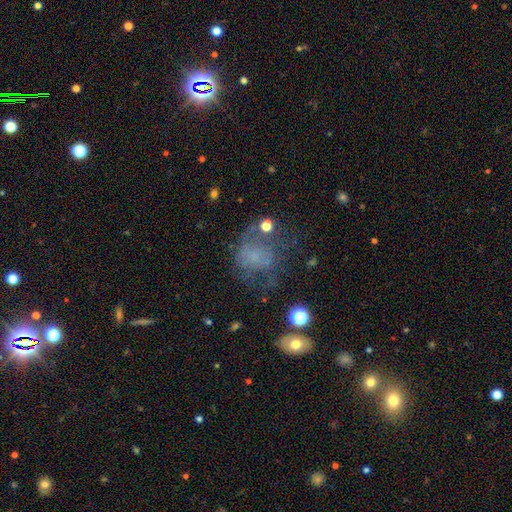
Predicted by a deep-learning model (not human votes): The model was most divided on "smooth or featured": featured or disk: 43%, smooth: 38%, star or artifact: 19%. Remaining: merging — none (40%).